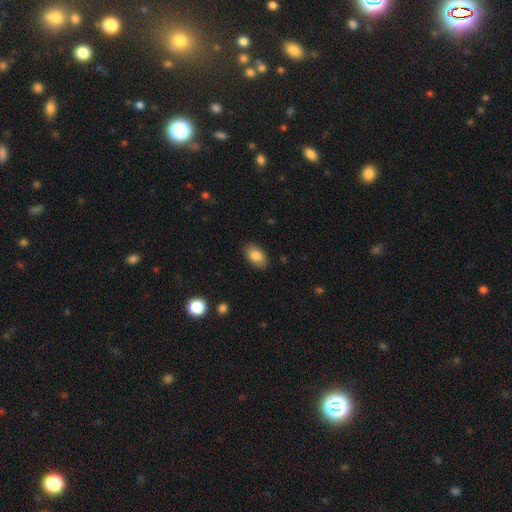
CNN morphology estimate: Smooth or featured? Predicted: smooth (p=0.84). How rounded? Predicted: in between (p=0.91). Merging? Predicted: none (p=0.86).